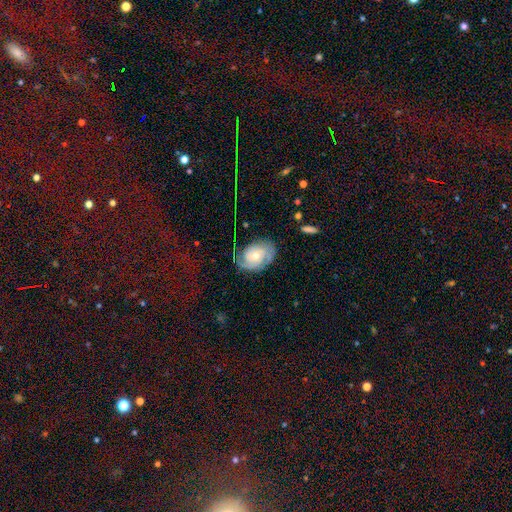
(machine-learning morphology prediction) Q: Smooth or featured?
A: featured or disk (77%); runner-up: smooth (17%)
Q: Edge-on disk?
A: no (96%); runner-up: yes (4%)
Q: Bar?
A: no (75%); runner-up: weak (21%)
Q: Spiral arms?
A: yes (92%); runner-up: no (8%)
Q: Spiral winding?
A: tight (62%); runner-up: medium (28%)
Q: Spiral arm count?
A: 2 (41%); runner-up: can't tell (28%)
Q: Bulge size?
A: moderate (52%); runner-up: small (43%)
Q: Merging?
A: none (66%); runner-up: minor disturbance (21%)